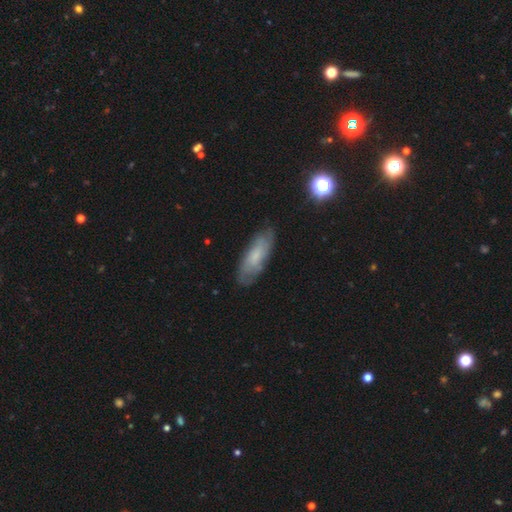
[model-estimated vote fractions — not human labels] A smooth galaxy with no disk features (55%) that is in between round and cigar-shaped (64%).

Vote fractions:
- Smooth or featured? smooth: 55% / featured or disk: 37% / star or artifact: 8%
- How rounded? in between: 64% / cigar-shaped: 34% / round: 2%
- Merging? none: 76% / minor disturbance: 18% / major disturbance: 4% / merger: 2%